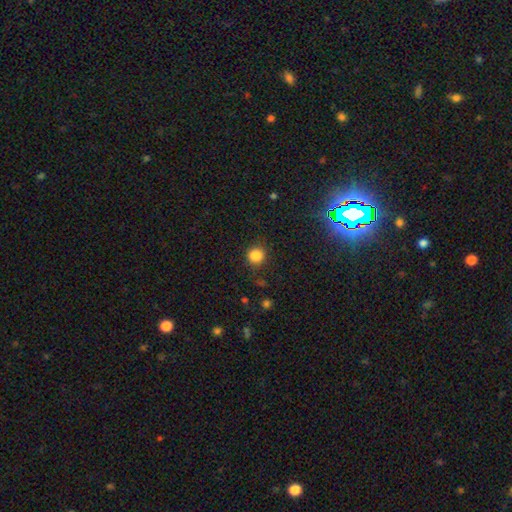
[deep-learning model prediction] Smooth or featured? Predicted: smooth (p=0.85). How rounded? Predicted: round (p=0.90). Merging? Predicted: none (p=0.86).